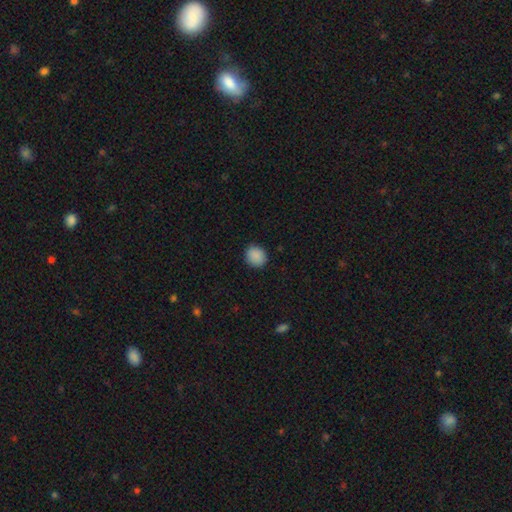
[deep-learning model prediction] A smooth galaxy with no disk features (89%) that is round (82%).

Vote fractions:
- Smooth or featured? smooth: 89% / star or artifact: 8% / featured or disk: 3%
- How rounded? round: 82% / in between: 17% / cigar-shaped: 1%
- Merging? none: 90% / minor disturbance: 7% / major disturbance: 2% / merger: 1%